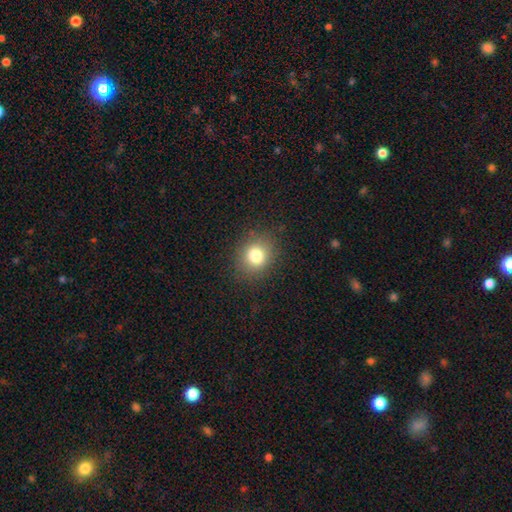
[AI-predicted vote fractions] smooth_or_featured: smooth (p=0.80) [alt: star or artifact p=0.12]
how_rounded: round (p=0.72) [alt: in between p=0.27]
merging: none (p=0.85) [alt: minor disturbance p=0.10]